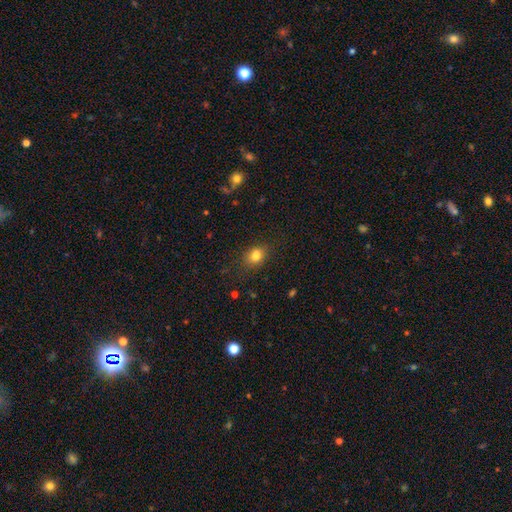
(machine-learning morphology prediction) This is clearly a smooth galaxy (80%). How rounded: possibly in between (54%). Merging: likely none (76%).